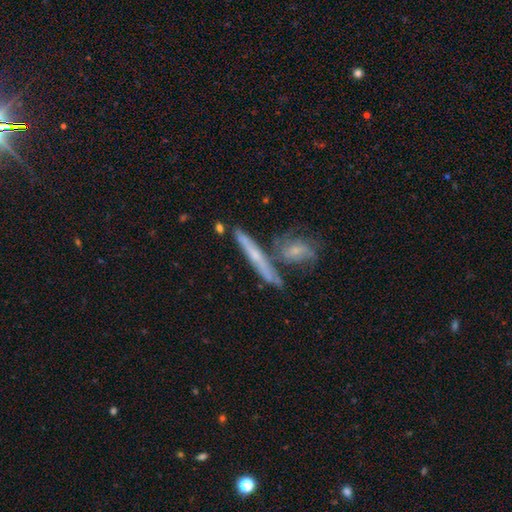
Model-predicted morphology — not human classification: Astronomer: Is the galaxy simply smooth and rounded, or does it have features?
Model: featured or disk — 64%.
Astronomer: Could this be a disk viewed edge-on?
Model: yes — 87%.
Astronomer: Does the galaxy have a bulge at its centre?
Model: rounded — 52% (runner-up: none, 42%).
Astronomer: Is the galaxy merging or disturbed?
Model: none — 64%.